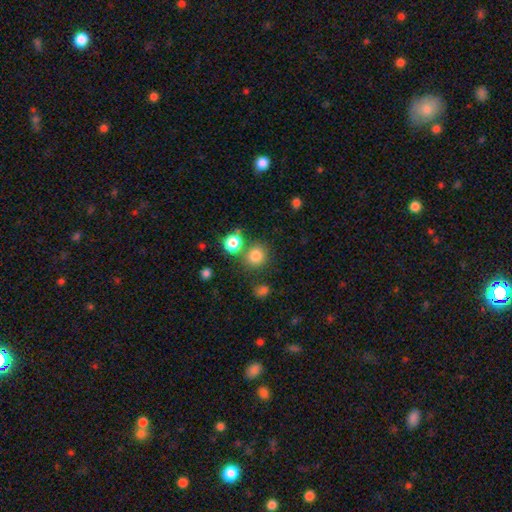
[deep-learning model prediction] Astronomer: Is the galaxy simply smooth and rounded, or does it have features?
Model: smooth — 80%.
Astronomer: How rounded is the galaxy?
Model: round — 89%.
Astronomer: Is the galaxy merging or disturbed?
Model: none — 71%.